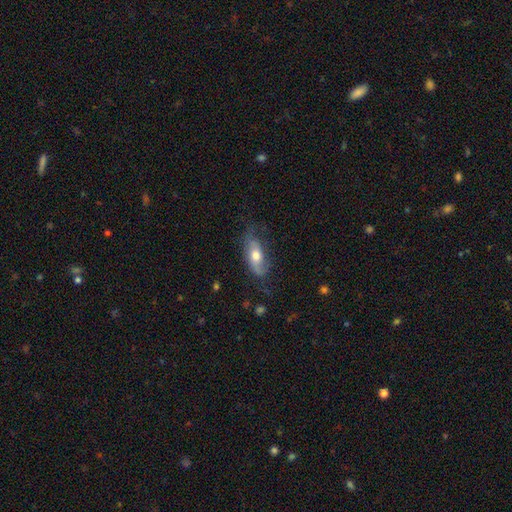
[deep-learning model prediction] smooth 48%, featured or disk 45%, star or artifact 7%. Down the decision tree: merging — none (59%).